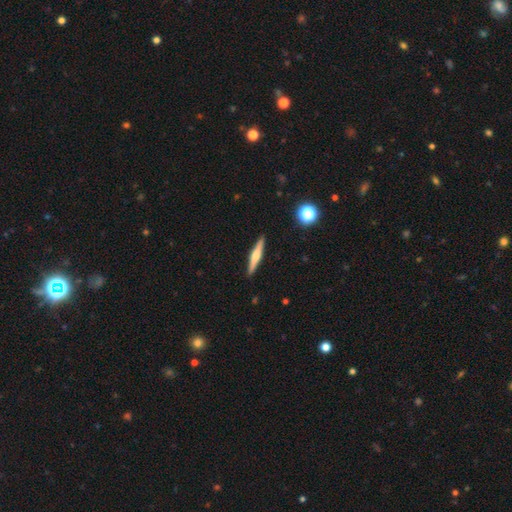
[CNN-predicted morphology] type=featured or disk (58%); edge-on=yes (98%); edge-on bulge=rounded (82%); merging=none (92%).